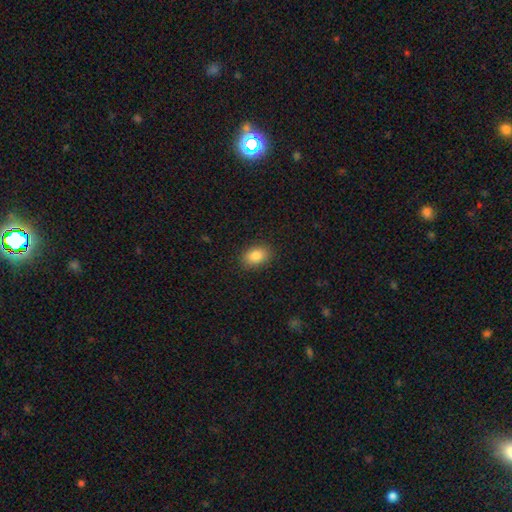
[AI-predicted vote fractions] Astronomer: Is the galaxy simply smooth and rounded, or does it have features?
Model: smooth — 85%.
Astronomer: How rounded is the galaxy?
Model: in between — 81%.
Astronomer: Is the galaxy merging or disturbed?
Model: none — 89%.